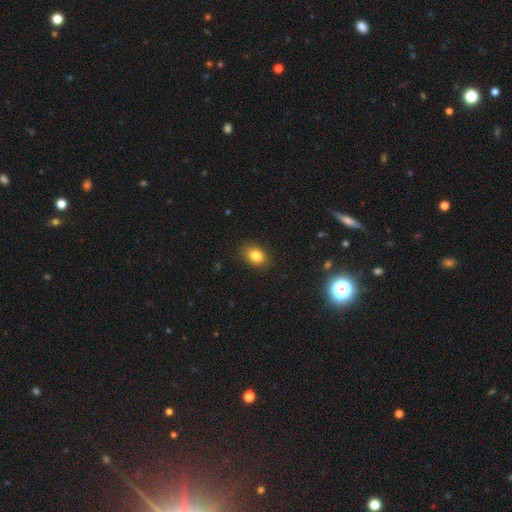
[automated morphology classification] Smooth or featured?
  - smooth: 83% *
  - star or artifact: 10%
  - featured or disk: 6%
How rounded?
  - in between: 69% *
  - round: 30%
  - cigar-shaped: 1%
Merging?
  - none: 86% *
  - minor disturbance: 10%
  - major disturbance: 2%
  - merger: 1%